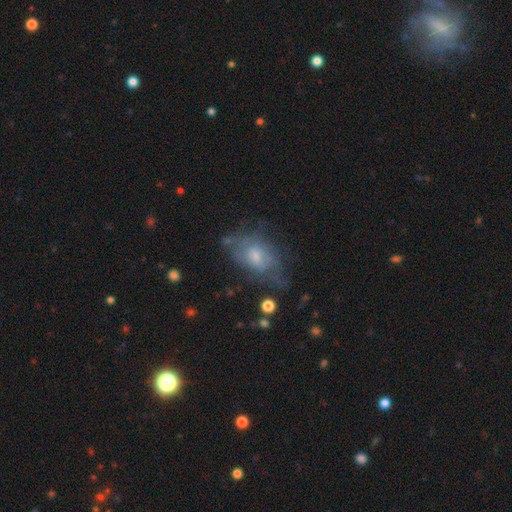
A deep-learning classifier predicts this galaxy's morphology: featured or disk 53%, smooth 36%, star or artifact 10%. Down the decision tree: edge-on disk — no (93%); merging — none (47%).